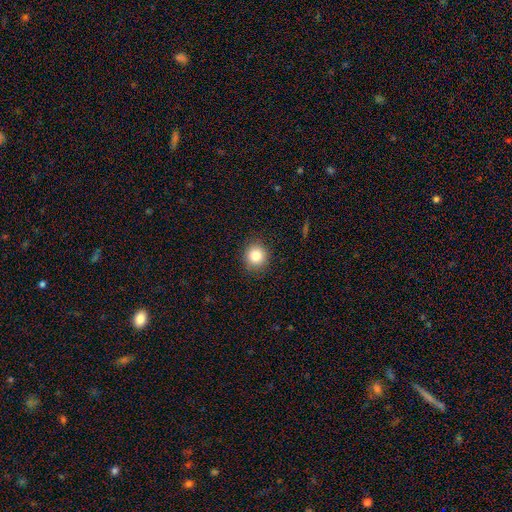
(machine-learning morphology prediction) smooth-or-featured: smooth: 82% | star or artifact: 10% | featured or disk: 7%
  how-rounded: round: 87% | in between: 12% | cigar-shaped: 1%
  merging: none: 89% | minor disturbance: 8% | major disturbance: 2% | merger: 1%